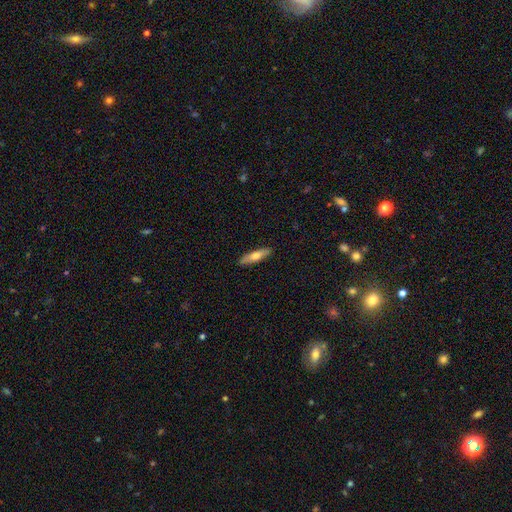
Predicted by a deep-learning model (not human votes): Smooth or featured? smooth (62%)
How rounded? cigar-shaped (72%)
Merging? none (90%)